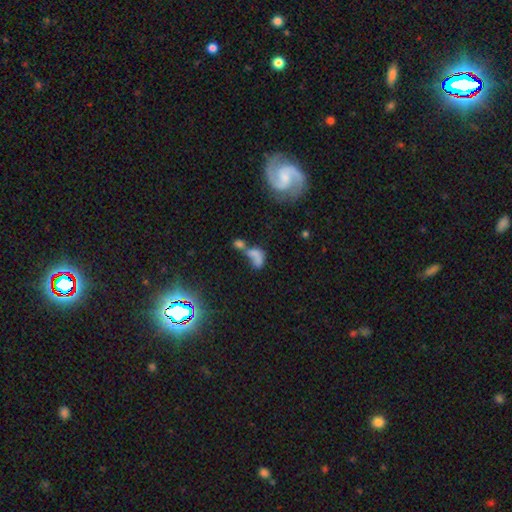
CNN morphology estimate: Smooth or featured? smooth (56%)
How rounded? in between (80%)
Merging? merger (58%)